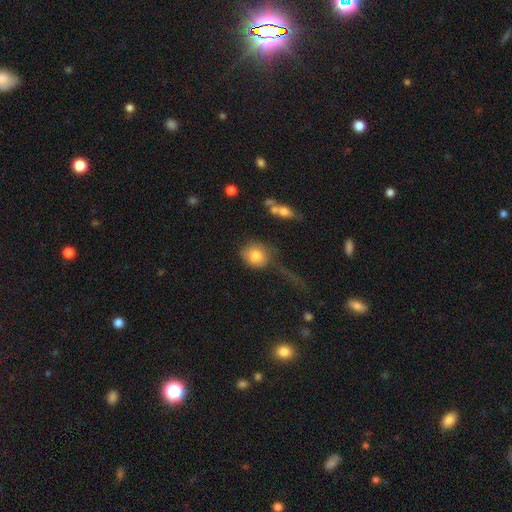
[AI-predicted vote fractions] A smooth galaxy with no disk features (80%) that is round (67%). Merging: none (51%).